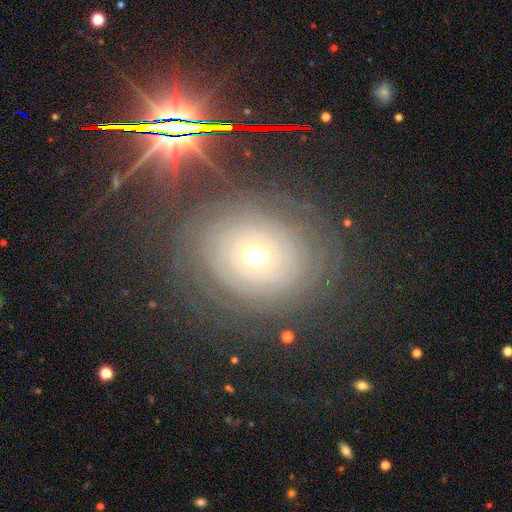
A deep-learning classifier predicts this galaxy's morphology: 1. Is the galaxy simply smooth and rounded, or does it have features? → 55% featured or disk, 25% star or artifact, 21% smooth.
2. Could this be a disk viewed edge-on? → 93% no, 7% yes.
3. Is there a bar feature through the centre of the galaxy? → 86% no, 10% weak, 4% strong.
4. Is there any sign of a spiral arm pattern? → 73% yes, 27% no.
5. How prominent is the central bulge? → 52% moderate, 43% small, 3% large, 1% dominant, 1% none.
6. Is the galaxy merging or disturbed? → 81% none, 11% minor disturbance, 7% major disturbance, 2% merger.